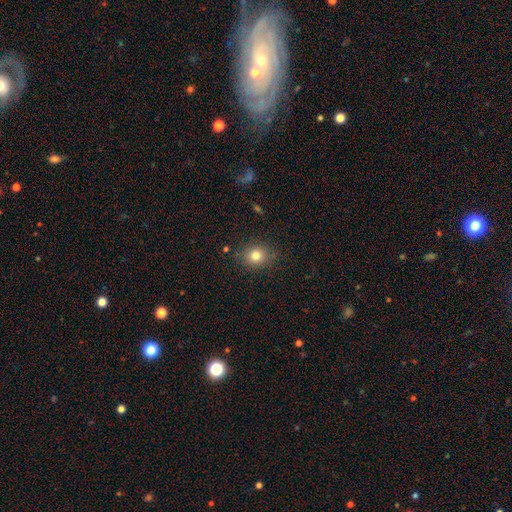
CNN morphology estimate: Smooth or featured? Predicted: smooth (p=0.79). How rounded? Predicted: round (p=0.76). Merging? Predicted: none (p=0.87).